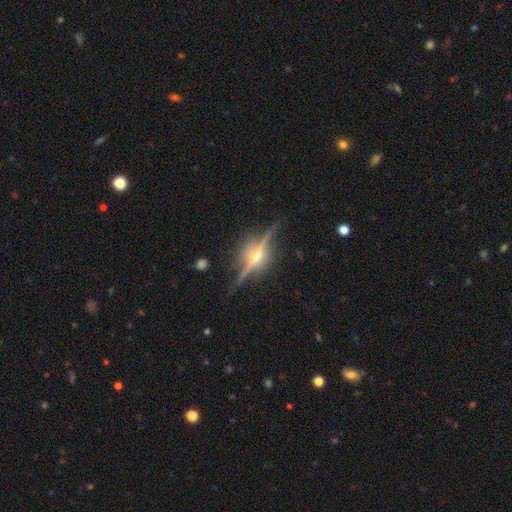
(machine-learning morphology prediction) A featured or disk galaxy (85%) viewed edge-on (96%) with a rounded central bulge (94%).

Vote fractions:
- Smooth or featured? featured or disk: 85% / star or artifact: 8% / smooth: 7%
- Edge-on disk? yes: 96% / no: 4%
- Edge-on bulge? rounded: 94% / boxy: 4% / none: 2%
- Merging? none: 86% / minor disturbance: 10% / major disturbance: 3% / merger: 1%